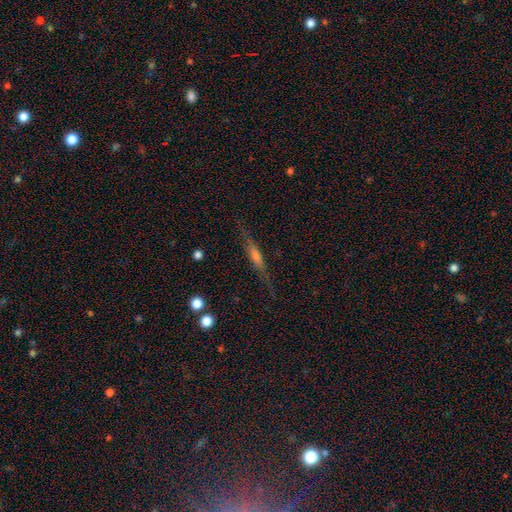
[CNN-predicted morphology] Smooth or featured? Predicted: featured or disk (p=0.57). Edge-on disk? Predicted: yes (p=0.92). Edge-on bulge? Predicted: rounded (p=0.46). Merging? Predicted: none (p=0.80).